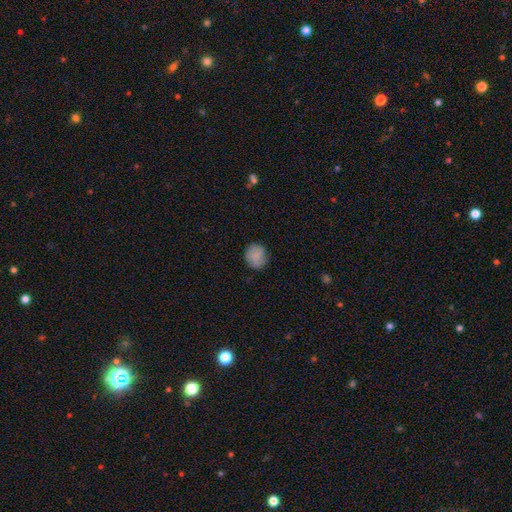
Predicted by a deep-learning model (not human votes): A smooth galaxy with no disk features (80%) that is round (82%).

Vote fractions:
- Smooth or featured? smooth: 80% / featured or disk: 11% / star or artifact: 8%
- How rounded? round: 82% / in between: 17% / cigar-shaped: 1%
- Merging? none: 79% / minor disturbance: 16% / major disturbance: 4% / merger: 1%